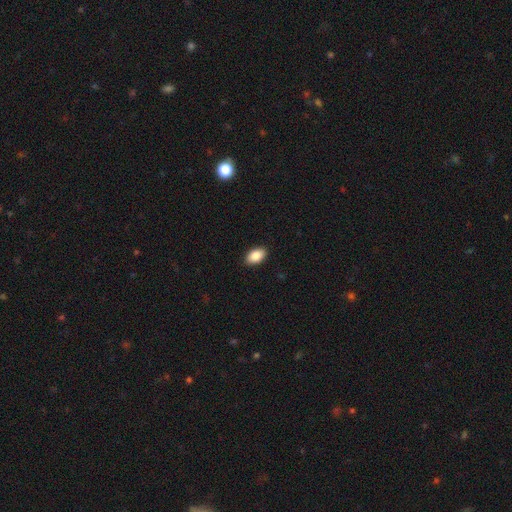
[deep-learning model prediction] smooth_or_featured: smooth (p=0.88) [alt: star or artifact p=0.07]
how_rounded: in between (p=0.92) [alt: round p=0.06]
merging: none (p=0.89) [alt: minor disturbance p=0.08]